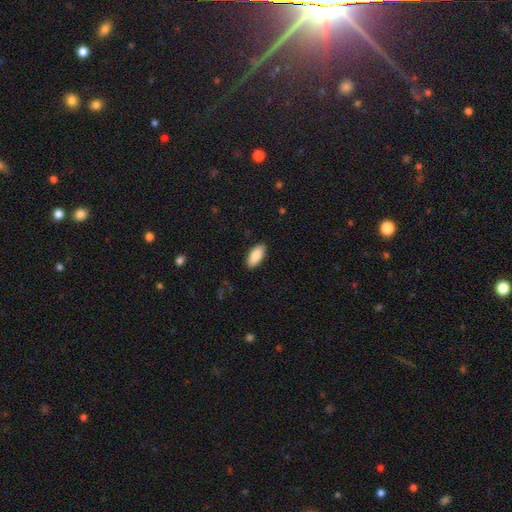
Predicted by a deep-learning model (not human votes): This is clearly a smooth galaxy (89%). How rounded: clearly in between (93%). Merging: clearly none (89%).